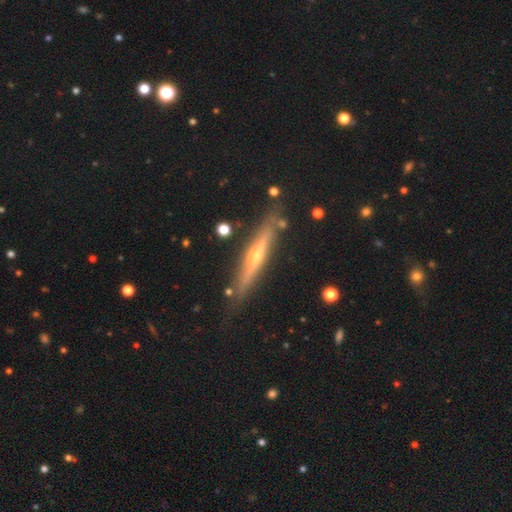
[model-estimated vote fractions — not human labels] smooth_or_featured: featured or disk (p=0.73) [alt: smooth p=0.19]
disk_edge_on: yes (p=0.93) [alt: no p=0.07]
edge_on_bulge: rounded (p=0.80) [alt: none p=0.17]
merging: none (p=0.83) [alt: minor disturbance p=0.12]